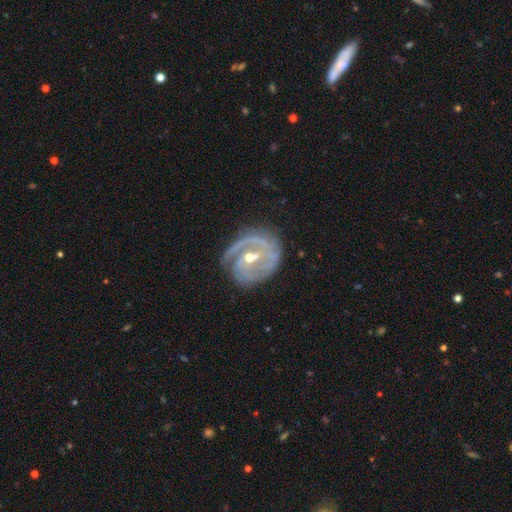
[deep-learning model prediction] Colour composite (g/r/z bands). It shows a featured or disk galaxy (86%) with a weak bar (38%), 2 (41%) tight (64%) spiral arms (91%) and a moderate central bulge (54%). Merging: none (67%).